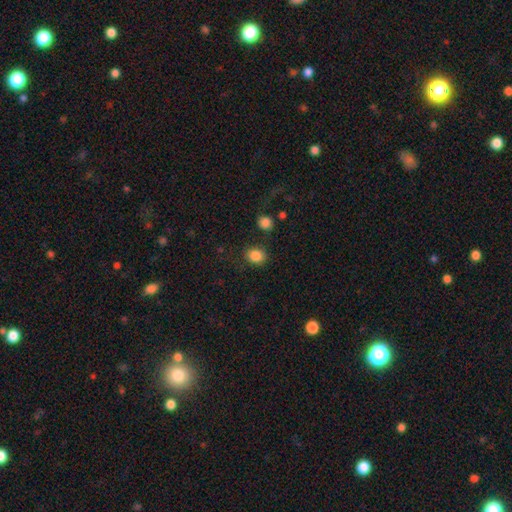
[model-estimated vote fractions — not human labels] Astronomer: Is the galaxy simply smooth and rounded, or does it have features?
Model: smooth — 86%.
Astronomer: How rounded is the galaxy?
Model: round — 57% (runner-up: in between, 42%).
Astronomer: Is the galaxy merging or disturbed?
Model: none — 79%.